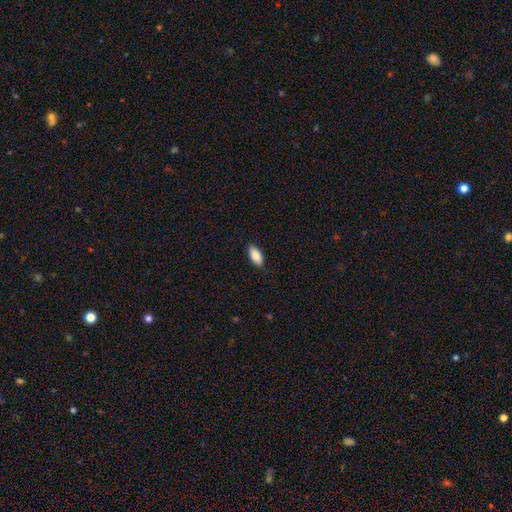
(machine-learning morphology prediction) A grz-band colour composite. It shows a smooth galaxy with no disk features (88%) that is in between round and cigar-shaped (92%). Merging: none (88%).